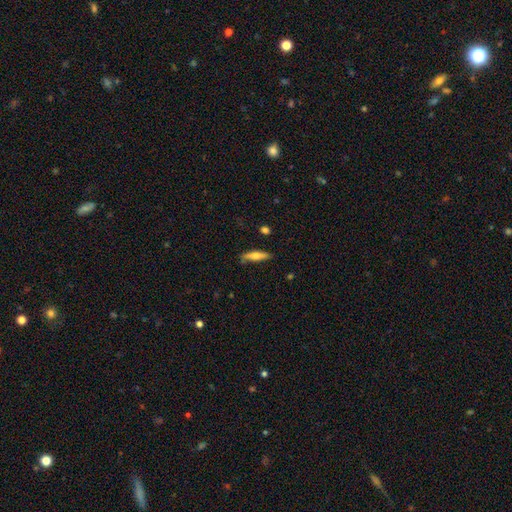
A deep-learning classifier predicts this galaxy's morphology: smooth-or-featured: smooth: 60% | featured or disk: 34% | star or artifact: 6%
  how-rounded: cigar-shaped: 72% | in between: 26% | round: 2%
  merging: none: 77% | minor disturbance: 18% | major disturbance: 3% | merger: 2%